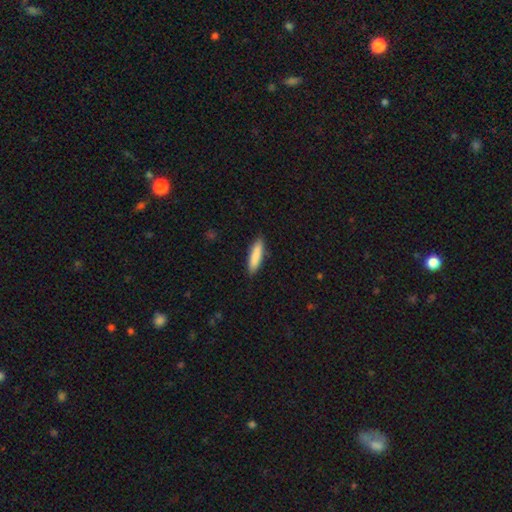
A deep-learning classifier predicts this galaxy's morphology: Overall: smooth (86%). How rounded: cigar-shaped (72%). Merging: none (87%).